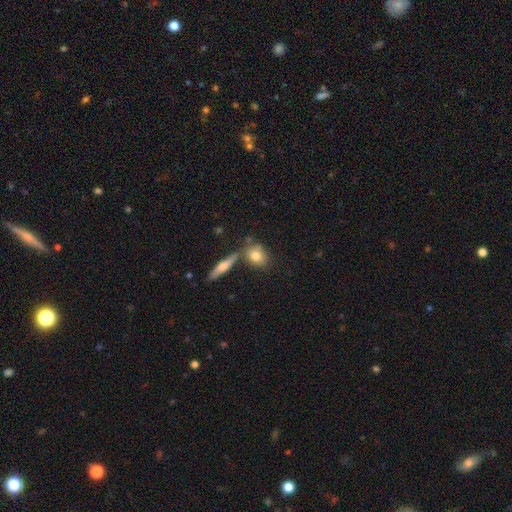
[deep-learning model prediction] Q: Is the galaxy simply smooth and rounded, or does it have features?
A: smooth — 77%.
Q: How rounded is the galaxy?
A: in between — 53%.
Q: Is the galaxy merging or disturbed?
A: none — 62%.